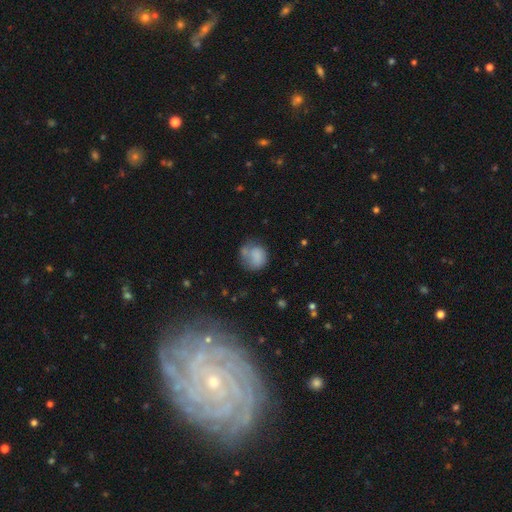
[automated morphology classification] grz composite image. It shows a smooth galaxy with no disk features (72%) that is round (74%). Merging: none (43%).